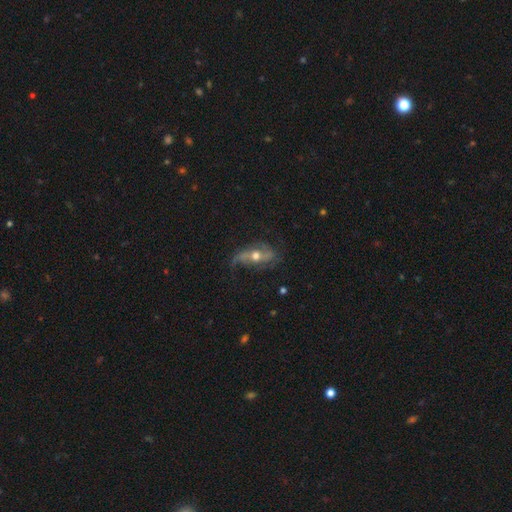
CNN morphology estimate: smooth-or-featured: featured or disk: 77% | smooth: 14% | star or artifact: 9%
  disk-edge-on: no: 84% | yes: 16%
    bar: no: 53% | weak: 27% | strong: 20%
    has-spiral-arms: yes: 89% | no: 11%
      spiral-winding: loose: 72% | medium: 20% | tight: 8%
      spiral-arm-count: 2: 81% | 1: 7% | can't tell: 7% | 3: 3% | 4: 1% | more than 4: 1%
    bulge-size: moderate: 72% | small: 19% | large: 6% | none: 1% | dominant: 1%
  merging: none: 57% | minor disturbance: 23% | major disturbance: 17% | merger: 2%